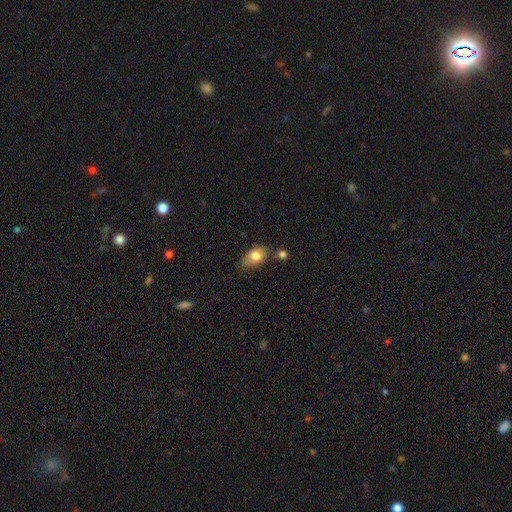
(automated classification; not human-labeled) smooth-or-featured: smooth: 79% | featured or disk: 13% | star or artifact: 8%
  how-rounded: in between: 86% | round: 12% | cigar-shaped: 2%
  merging: none: 51% | minor disturbance: 29% | merger: 13% | major disturbance: 8%